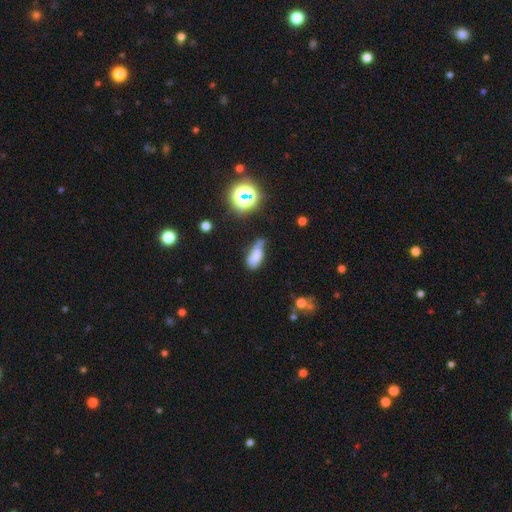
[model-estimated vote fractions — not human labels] This appears to be a smooth galaxy with no disk features (66%) that is in between round and cigar-shaped (76%). Merging: minor disturbance (39%).